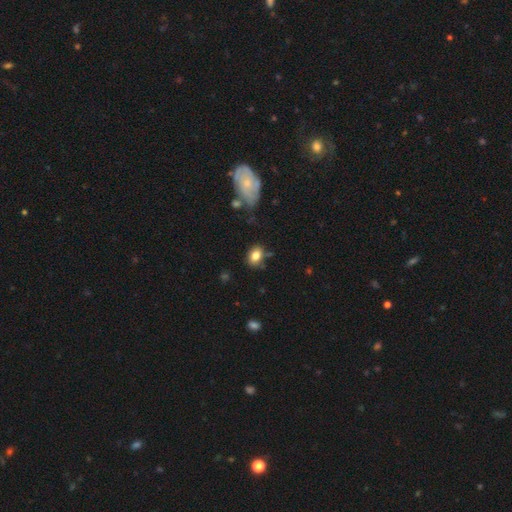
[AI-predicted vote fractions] Smooth or featured? Predicted: smooth (p=0.82). How rounded? Predicted: in between (p=0.67). Merging? Predicted: none (p=0.76).